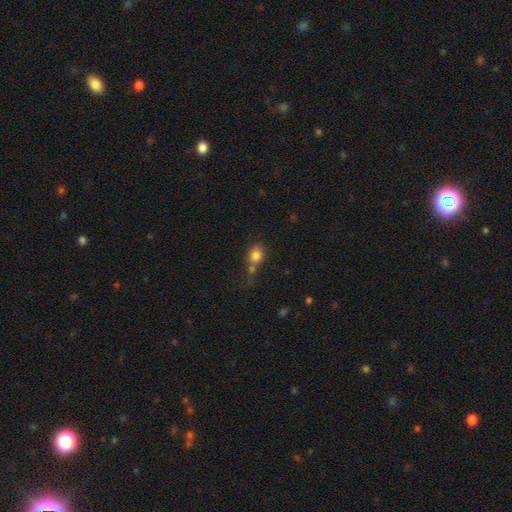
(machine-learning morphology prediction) Smooth or featured? Predicted: smooth (p=0.80). How rounded? Predicted: round (p=0.58). Merging? Predicted: none (p=0.41).